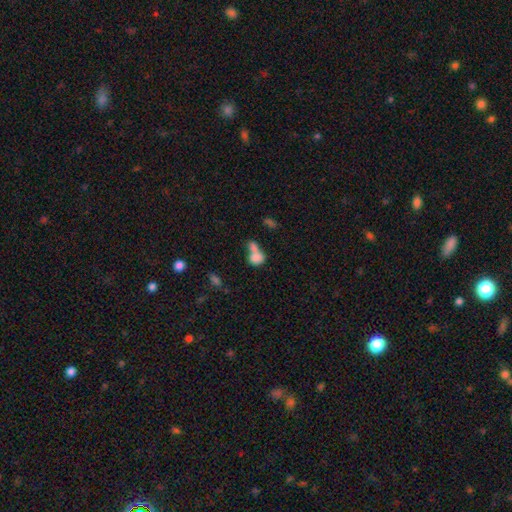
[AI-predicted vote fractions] A smooth galaxy with no disk features (78%) that is in between round and cigar-shaped (67%).

Vote fractions:
- Smooth or featured? smooth: 78% / featured or disk: 12% / star or artifact: 10%
- How rounded? in between: 67% / round: 30% / cigar-shaped: 3%
- Merging? merger: 64% / none: 21% / minor disturbance: 8% / major disturbance: 7%